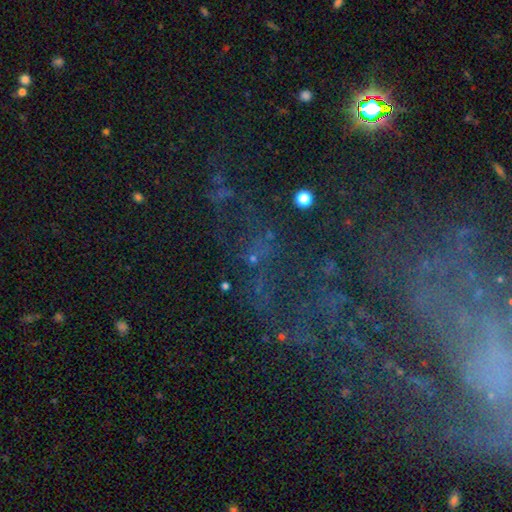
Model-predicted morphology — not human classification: type=star or artifact (57%).